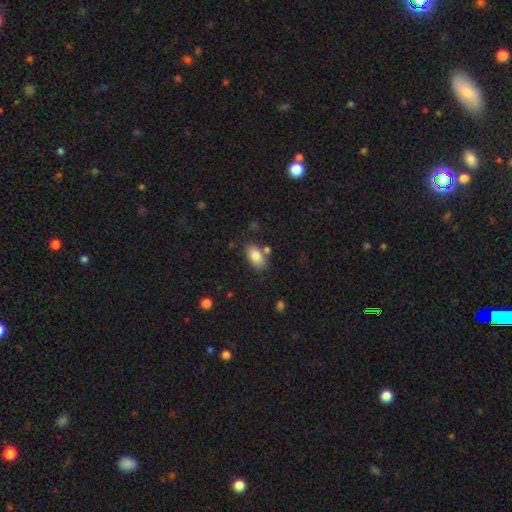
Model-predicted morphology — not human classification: Smooth or featured?
  - smooth: 84% *
  - featured or disk: 9%
  - star or artifact: 8%
How rounded?
  - in between: 92% *
  - round: 6%
  - cigar-shaped: 2%
Merging?
  - none: 73% *
  - minor disturbance: 13%
  - merger: 10%
  - major disturbance: 4%